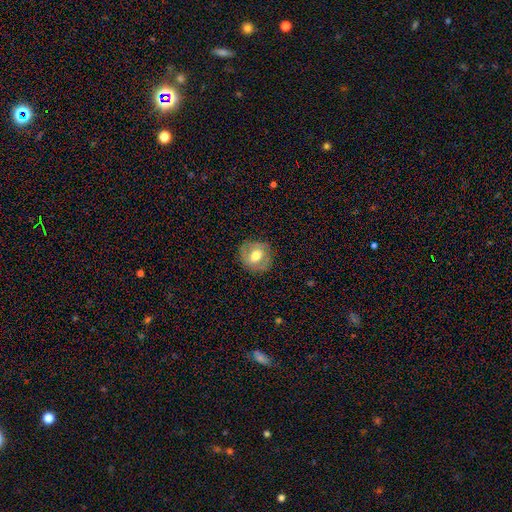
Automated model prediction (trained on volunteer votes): Morphology: type=smooth (52%); roundness=round (87%); merging=none (82%).